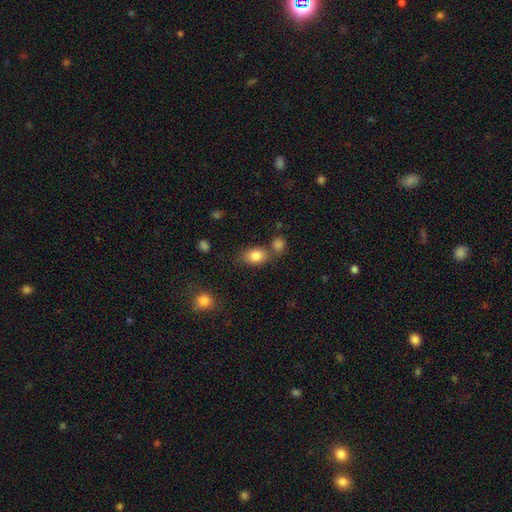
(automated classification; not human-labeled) The model was most divided on "merging": none: 62%, merger: 20%, minor disturbance: 14%, major disturbance: 4%. More confident: smooth or featured — smooth (83%); how rounded — in between (76%).